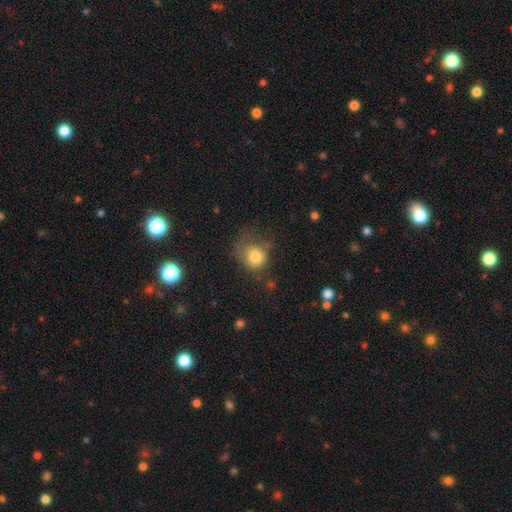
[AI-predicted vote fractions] smooth-or-featured: smooth: 78% | featured or disk: 12% | star or artifact: 10%
  how-rounded: round: 75% | in between: 24% | cigar-shaped: 1%
  merging: none: 40% | major disturbance: 28% | minor disturbance: 28% | merger: 4%